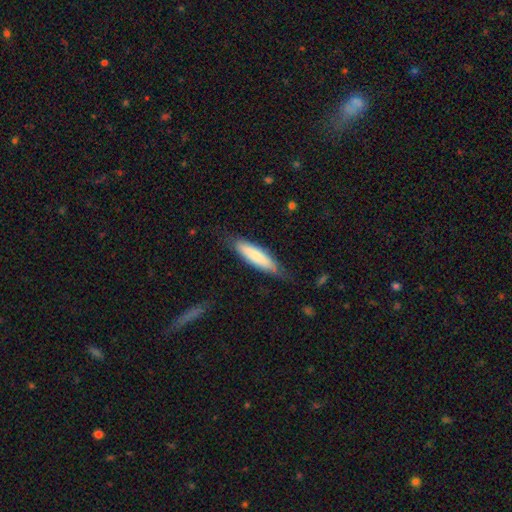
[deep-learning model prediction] Morphology: type=smooth (78%); roundness=cigar-shaped (71%); merging=none (75%).